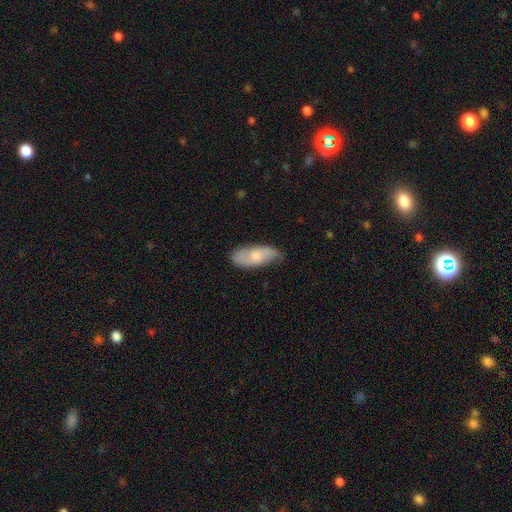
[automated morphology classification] Overall: smooth (62%; featured or disk 32%). How rounded: in between (82%). Merging: none (69%).